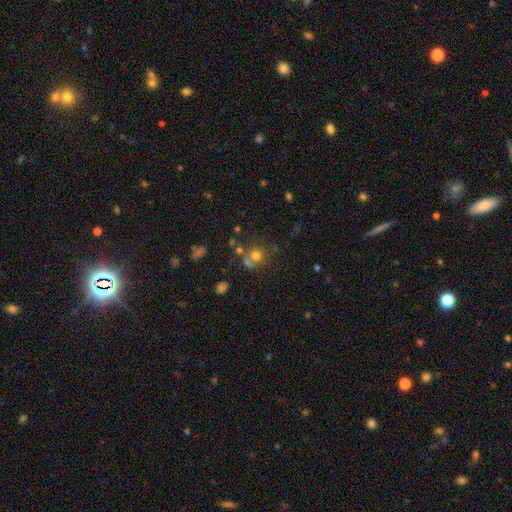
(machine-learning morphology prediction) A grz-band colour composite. It shows a smooth galaxy with no disk features (67%) that is round (84%). Merging: none (51%).